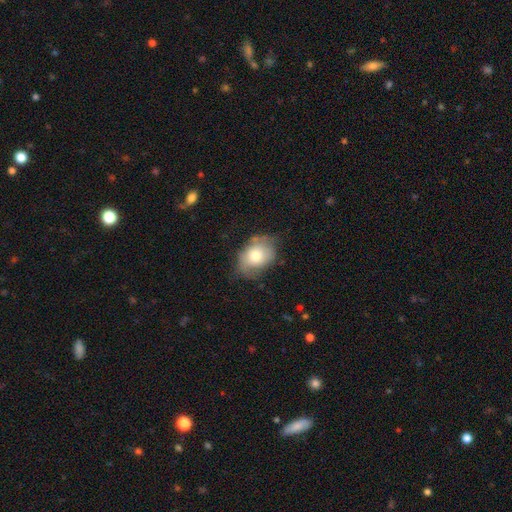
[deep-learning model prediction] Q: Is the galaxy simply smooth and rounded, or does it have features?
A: smooth — 70%.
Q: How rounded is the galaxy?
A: in between — 70%.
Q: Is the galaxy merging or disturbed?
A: none — 53%.